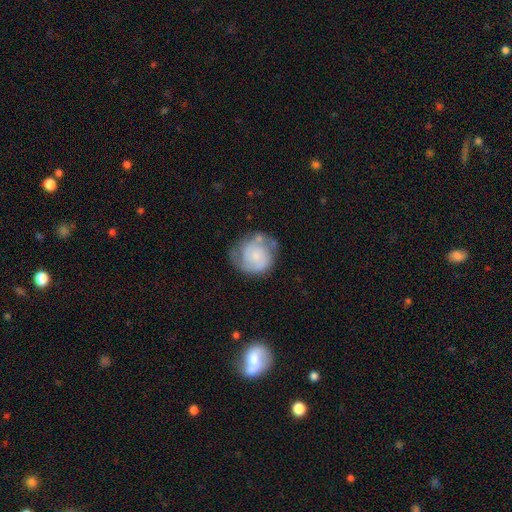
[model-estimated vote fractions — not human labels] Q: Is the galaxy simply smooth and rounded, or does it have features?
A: featured or disk — 65%.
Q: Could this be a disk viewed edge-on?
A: no — 98%.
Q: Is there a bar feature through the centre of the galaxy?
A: no — 72%.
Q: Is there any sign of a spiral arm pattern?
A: yes — 87%.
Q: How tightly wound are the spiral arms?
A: tight — 54%.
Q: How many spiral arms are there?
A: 2 — 57%.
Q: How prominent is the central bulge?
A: small — 57%.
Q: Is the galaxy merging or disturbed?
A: none — 58%.